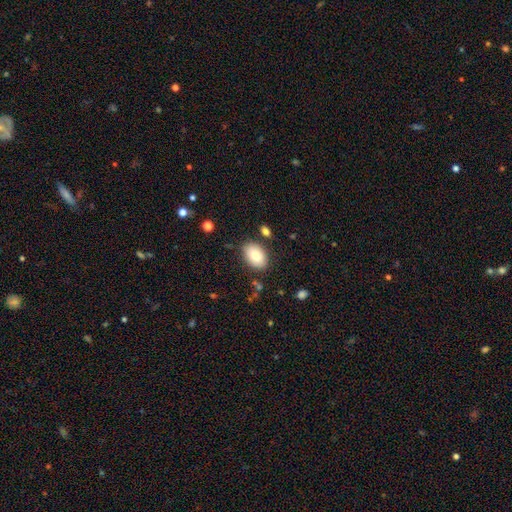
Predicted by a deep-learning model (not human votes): smooth_or_featured: smooth (p=0.78) [alt: featured or disk p=0.14]
how_rounded: in between (p=0.82) [alt: round p=0.17]
merging: none (p=0.82) [alt: minor disturbance p=0.11]